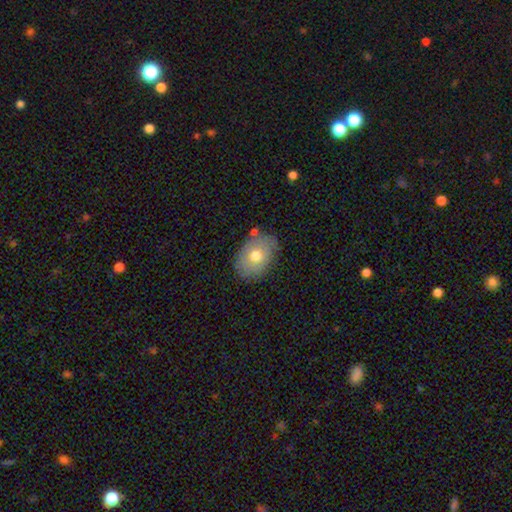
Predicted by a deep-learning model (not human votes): smooth 69%, featured or disk 23%, star or artifact 8%. Down the decision tree: how rounded — in between (76%); merging — none (72%).